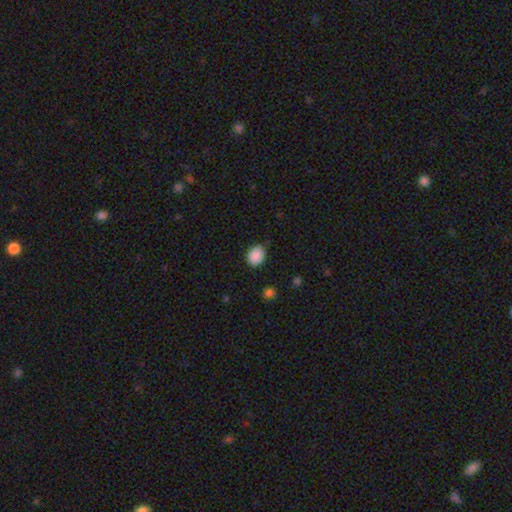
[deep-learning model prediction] smooth-or-featured: smooth: 89% | star or artifact: 8% | featured or disk: 3%
  how-rounded: in between: 56% | round: 43% | cigar-shaped: 1%
  merging: none: 83% | minor disturbance: 14% | major disturbance: 3% | merger: 1%